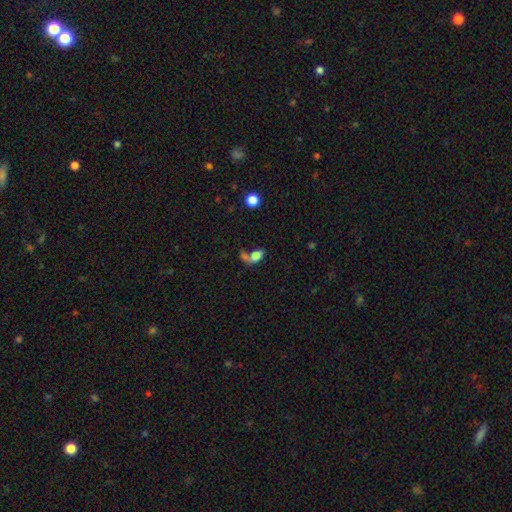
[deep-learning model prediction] This appears to be a smooth galaxy with no disk features (70%) that is in between round and cigar-shaped (84%). Merging: merger (35%).